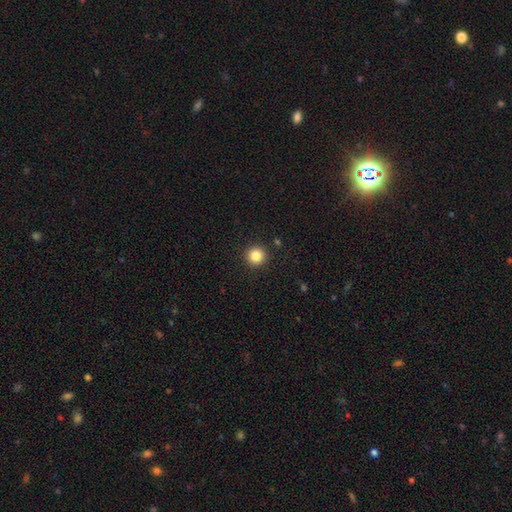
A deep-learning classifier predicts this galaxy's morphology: smooth-or-featured: smooth: 84% | star or artifact: 11% | featured or disk: 5%
  how-rounded: round: 95% | in between: 4% | cigar-shaped: 1%
  merging: none: 92% | minor disturbance: 5% | major disturbance: 2% | merger: 1%